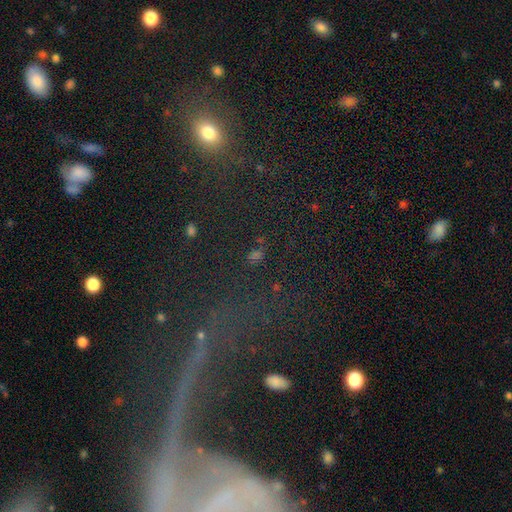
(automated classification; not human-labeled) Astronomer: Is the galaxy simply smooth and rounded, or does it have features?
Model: star or artifact — 46% (runner-up: smooth, 44%).